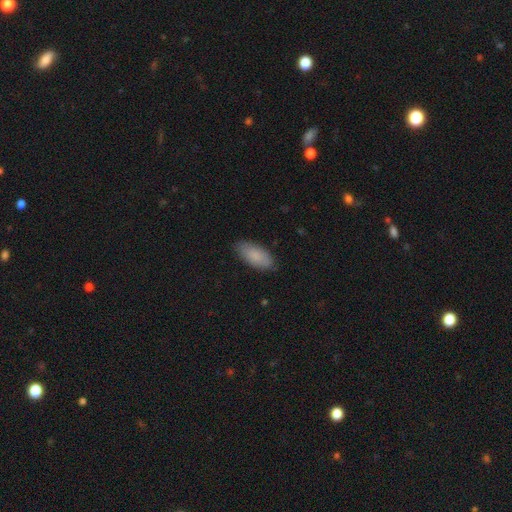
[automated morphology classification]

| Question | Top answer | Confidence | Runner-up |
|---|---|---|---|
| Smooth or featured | smooth | 86% | featured or disk (8%) |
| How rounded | in between | 89% | cigar-shaped (9%) |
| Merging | none | 85% | minor disturbance (12%) |